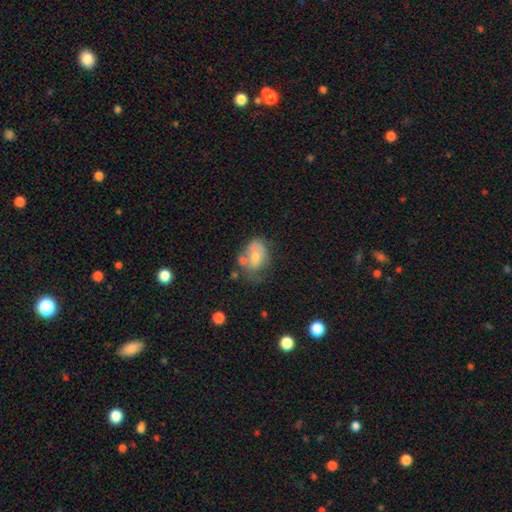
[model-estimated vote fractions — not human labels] A smooth galaxy with no disk features (58%) that is in between round and cigar-shaped (75%).

Vote fractions:
- Smooth or featured? smooth: 58% / featured or disk: 34% / star or artifact: 8%
- How rounded? in between: 75% / round: 23% / cigar-shaped: 1%
- Merging? none: 32% / minor disturbance: 27% / merger: 23% / major disturbance: 18%